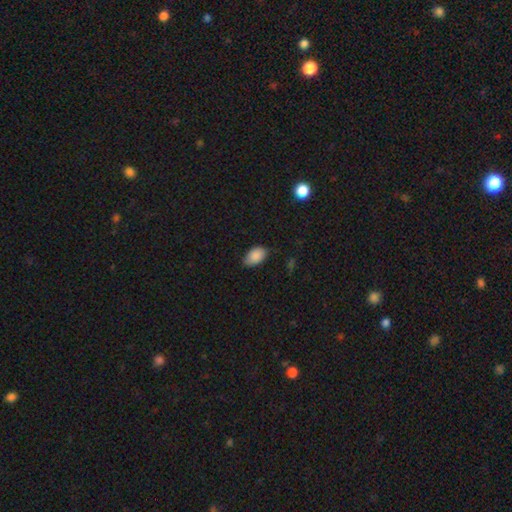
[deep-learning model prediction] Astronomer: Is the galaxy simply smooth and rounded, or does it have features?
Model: smooth — 88%.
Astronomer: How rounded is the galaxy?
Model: in between — 91%.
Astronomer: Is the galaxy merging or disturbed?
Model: none — 73%.